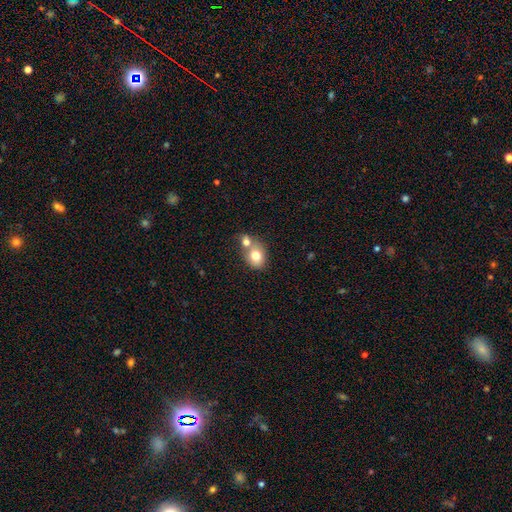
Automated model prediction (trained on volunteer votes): This appears to be a smooth galaxy with no disk features (76%) that is round (56%). Merging: merger (52%).